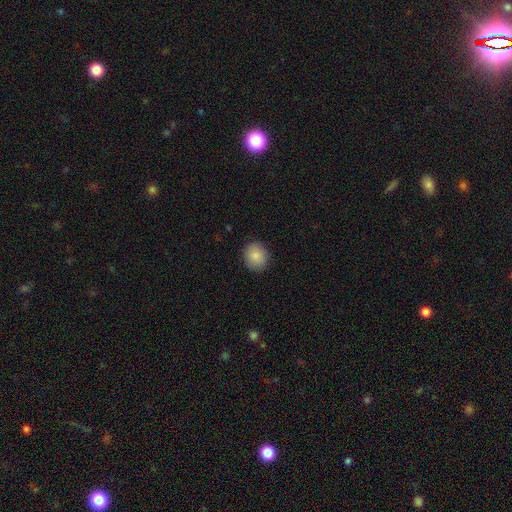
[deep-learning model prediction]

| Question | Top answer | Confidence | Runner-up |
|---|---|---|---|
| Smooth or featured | smooth | 87% | star or artifact (8%) |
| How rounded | round | 77% | in between (22%) |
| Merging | none | 89% | minor disturbance (8%) |